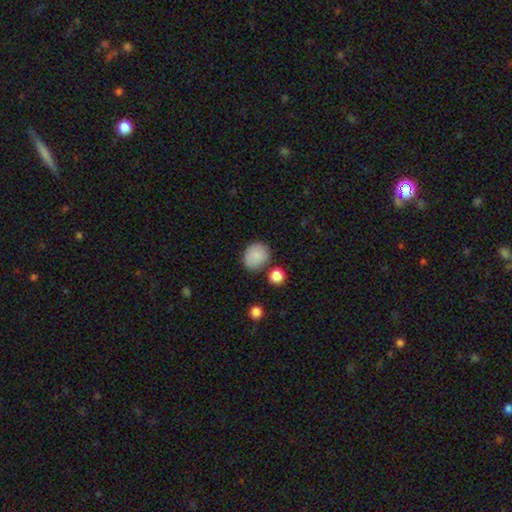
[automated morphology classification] A smooth galaxy with no disk features (86%) that is round (60%).

Vote fractions:
- Smooth or featured? smooth: 86% / star or artifact: 8% / featured or disk: 6%
- How rounded? round: 60% / in between: 39% / cigar-shaped: 1%
- Merging? none: 75% / minor disturbance: 15% / merger: 6% / major disturbance: 4%